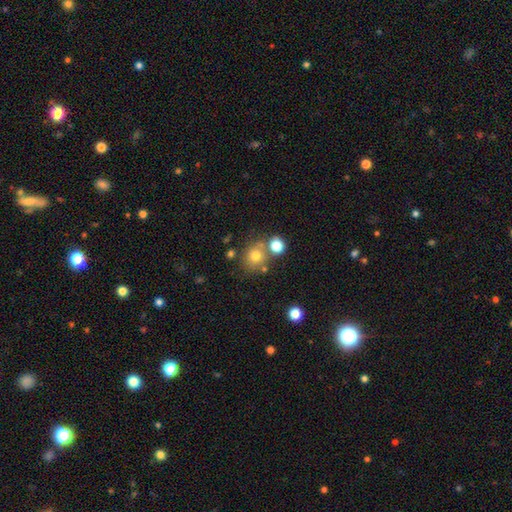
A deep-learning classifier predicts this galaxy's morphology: This appears to be a smooth galaxy with no disk features (73%) that is round (83%). Merging: none (65%).